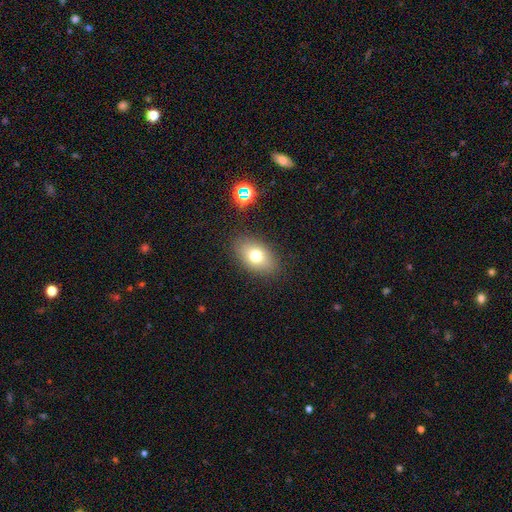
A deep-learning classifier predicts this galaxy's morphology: The model was most divided on "smooth or featured": smooth: 73%, featured or disk: 15%, star or artifact: 12%. More confident: merging — none (85%); how rounded — in between (85%).